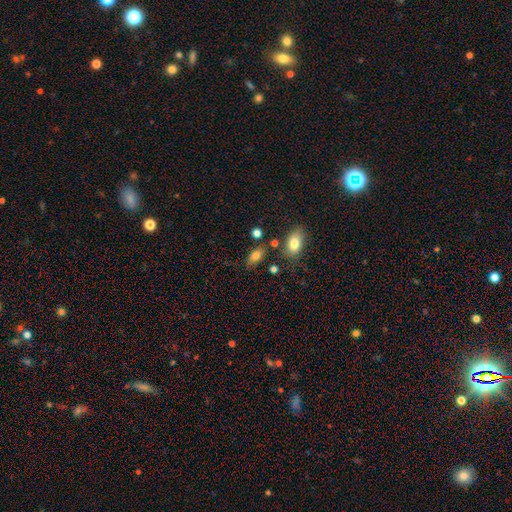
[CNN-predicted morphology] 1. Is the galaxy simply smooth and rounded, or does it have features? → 78% smooth, 12% featured or disk, 10% star or artifact.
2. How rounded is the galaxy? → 85% in between, 8% round, 6% cigar-shaped.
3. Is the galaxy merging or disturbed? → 72% none, 16% minor disturbance, 8% merger, 4% major disturbance.